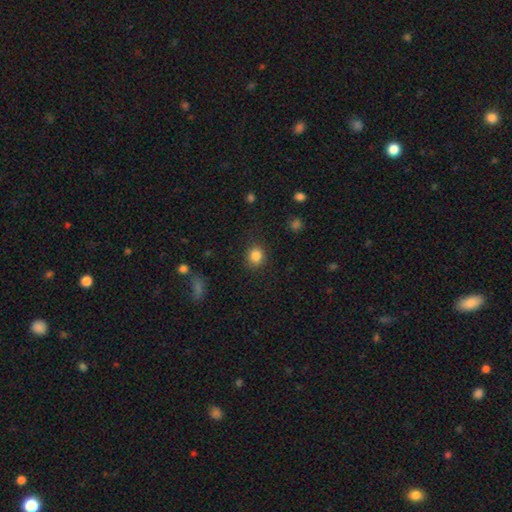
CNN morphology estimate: This is clearly a smooth galaxy (84%). How rounded: clearly round (83%). Merging: clearly none (85%).